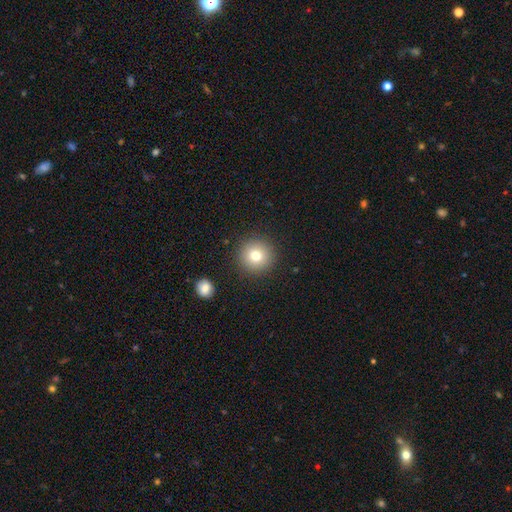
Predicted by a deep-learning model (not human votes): The model was most divided on "smooth or featured": smooth: 77%, star or artifact: 12%, featured or disk: 11%. More confident: how rounded — round (95%); merging — none (90%).